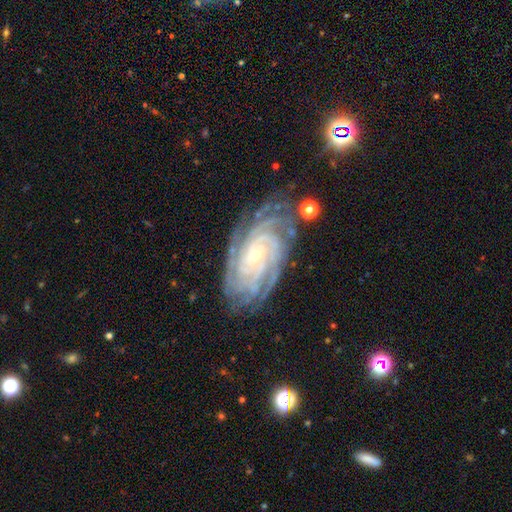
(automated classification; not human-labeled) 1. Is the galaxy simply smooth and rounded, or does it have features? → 90% featured or disk, 6% star or artifact, 4% smooth.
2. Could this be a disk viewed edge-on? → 96% no, 4% yes.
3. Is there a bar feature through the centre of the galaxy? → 68% no, 22% weak, 10% strong.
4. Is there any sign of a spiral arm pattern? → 98% yes, 2% no.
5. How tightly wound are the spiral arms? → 80% tight, 17% medium, 2% loose.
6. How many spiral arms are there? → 34% 4, 24% more than 4, 15% can't tell, 13% 3, 8% 2, 6% 1.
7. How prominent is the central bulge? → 80% small, 16% moderate, 2% none, 1% large, 1% dominant.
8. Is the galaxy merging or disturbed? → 75% none, 17% minor disturbance, 6% major disturbance, 2% merger.